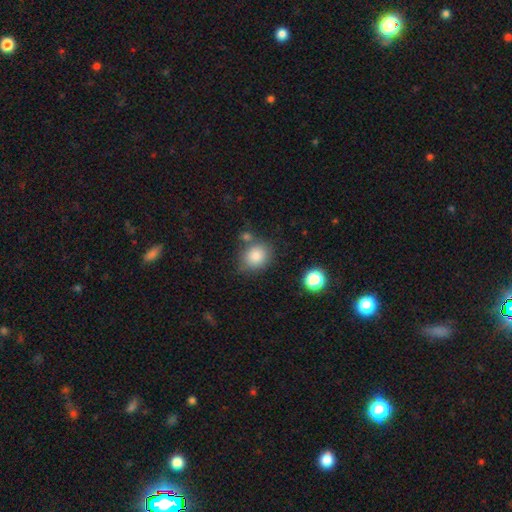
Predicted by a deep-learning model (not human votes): This appears to be a smooth galaxy with no disk features (85%) that is round (67%). Merging: none (66%).